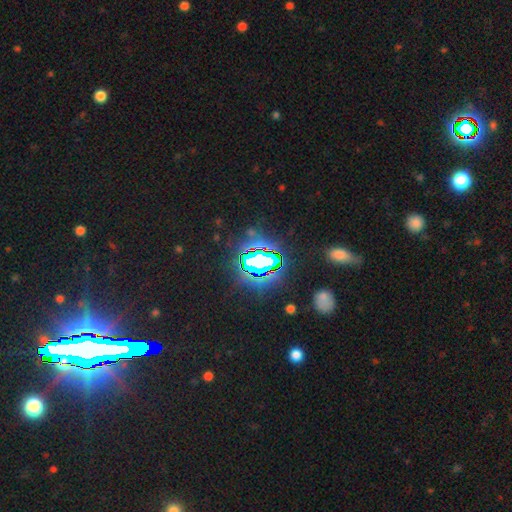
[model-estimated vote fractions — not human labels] Smooth or featured: star or artifact — 75% (smooth — 15%)